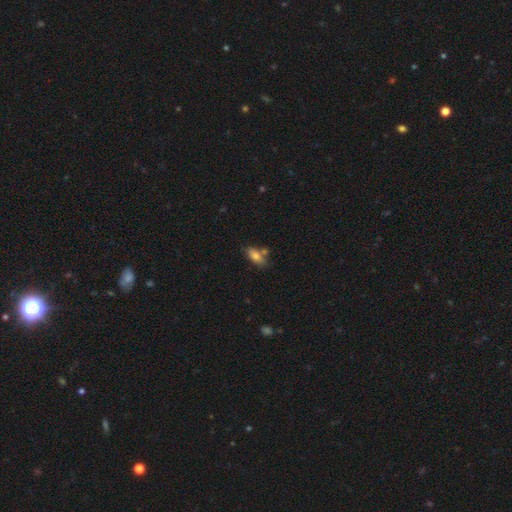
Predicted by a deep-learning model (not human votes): Smooth or featured? Predicted: smooth (p=0.79). How rounded? Predicted: in between (p=0.81). Merging? Predicted: none (p=0.64).